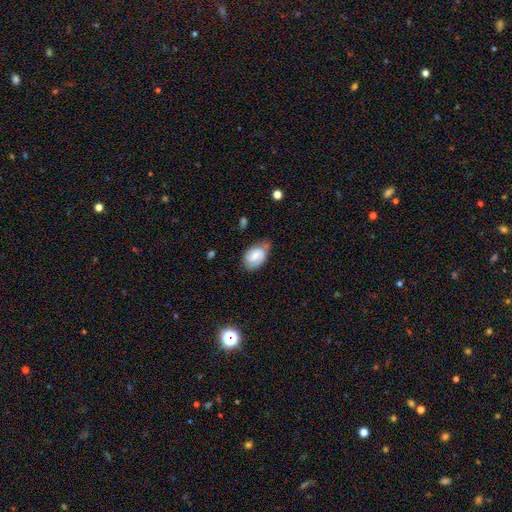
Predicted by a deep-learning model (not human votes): featured or disk 50%, smooth 42%, star or artifact 8%. Down the decision tree: edge-on disk — no (96%); merging — none (56%).